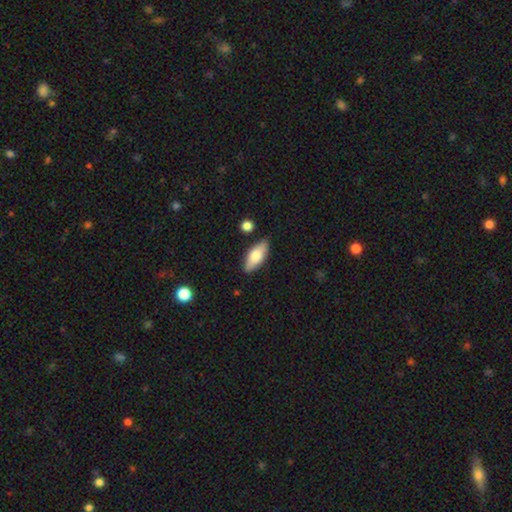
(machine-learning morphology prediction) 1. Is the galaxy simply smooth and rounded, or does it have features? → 70% smooth, 24% featured or disk, 6% star or artifact.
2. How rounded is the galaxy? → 80% in between, 18% cigar-shaped, 3% round.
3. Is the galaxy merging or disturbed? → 83% none, 12% minor disturbance, 3% merger, 2% major disturbance.